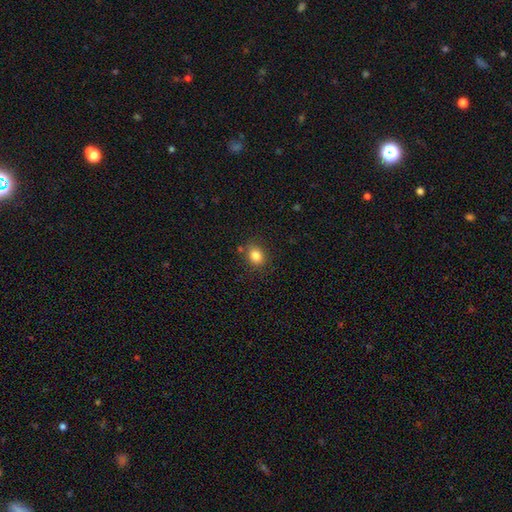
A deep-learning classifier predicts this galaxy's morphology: smooth 84%, star or artifact 11%, featured or disk 6%. Down the decision tree: how rounded — round (62%); merging — none (81%).